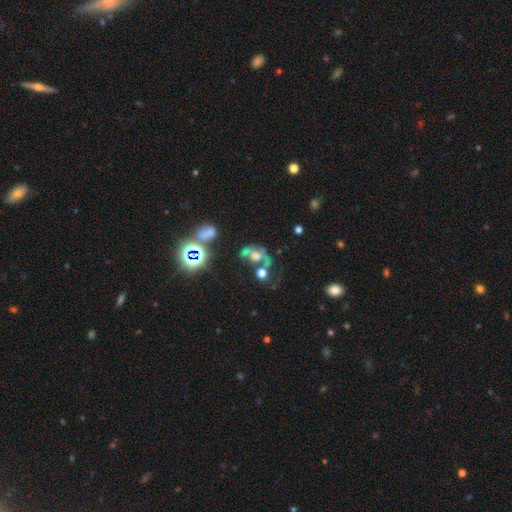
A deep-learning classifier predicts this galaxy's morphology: featured or disk 41%, smooth 36%, star or artifact 23%. Down the decision tree: merging — merger (34%).